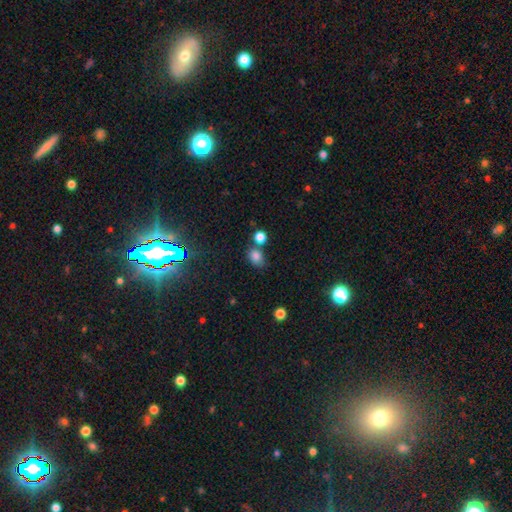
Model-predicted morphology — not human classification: Smooth or featured? Predicted: smooth (p=0.80). How rounded? Predicted: in between (p=0.54). Merging? Predicted: none (p=0.61).